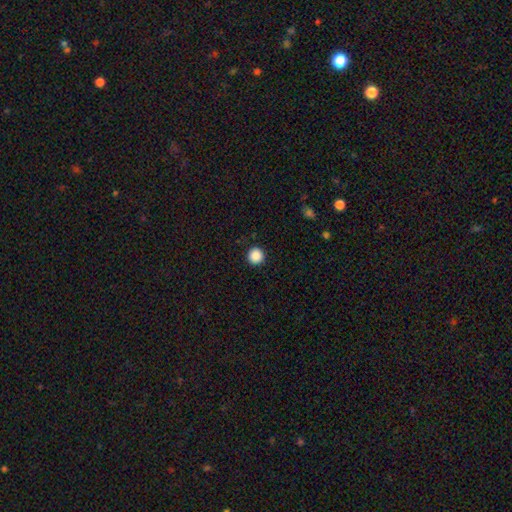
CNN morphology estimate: A smooth galaxy with no disk features (88%) that is round (96%).

Vote fractions:
- Smooth or featured? smooth: 88% / star or artifact: 10% / featured or disk: 2%
- How rounded? round: 96% / in between: 3% / cigar-shaped: 1%
- Merging? none: 93% / minor disturbance: 4% / major disturbance: 2% / merger: 1%